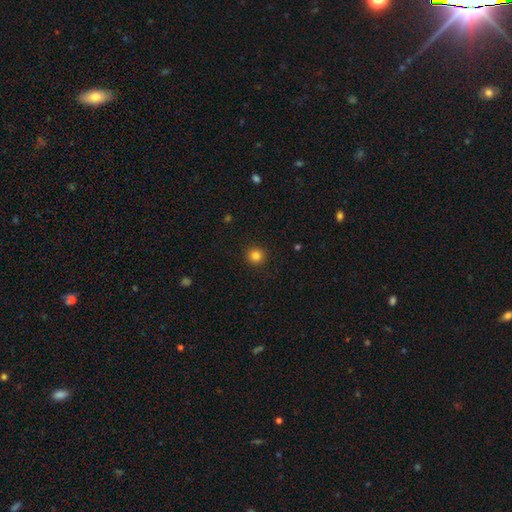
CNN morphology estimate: Overall: smooth (83%). How rounded: round (94%). Merging: none (93%).